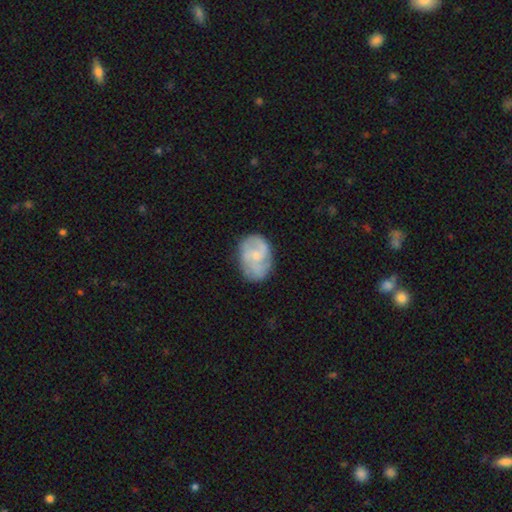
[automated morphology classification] Smooth or featured?
  - featured or disk: 62% *
  - smooth: 32%
  - star or artifact: 6%
Edge-on disk?
  - no: 98% *
  - yes: 2%
Bar?
  - no: 66% *
  - weak: 30%
  - strong: 4%
Spiral arms?
  - yes: 81% *
  - no: 19%
Bulge size?
  - small: 52% *
  - moderate: 32%
  - none: 13%
  - large: 2%
  - dominant: 1%
Merging?
  - none: 66% *
  - minor disturbance: 23%
  - major disturbance: 10%
  - merger: 2%